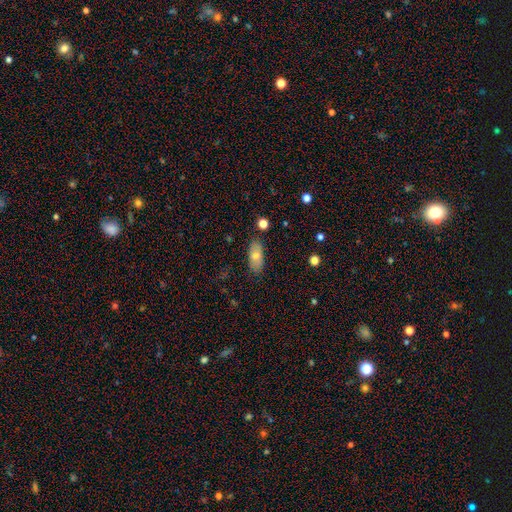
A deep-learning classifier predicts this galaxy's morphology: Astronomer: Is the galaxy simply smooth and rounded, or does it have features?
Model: smooth — 69%.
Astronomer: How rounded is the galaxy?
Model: in between — 84%.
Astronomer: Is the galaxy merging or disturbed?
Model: none — 84%.